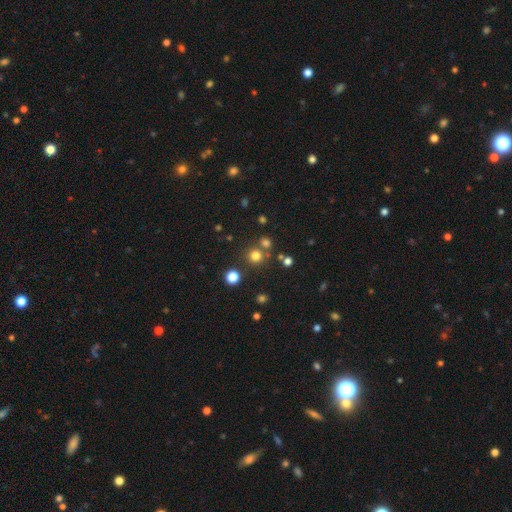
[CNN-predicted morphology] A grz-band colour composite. It shows a smooth galaxy with no disk features (74%) that is round (93%). Merging: none (76%).